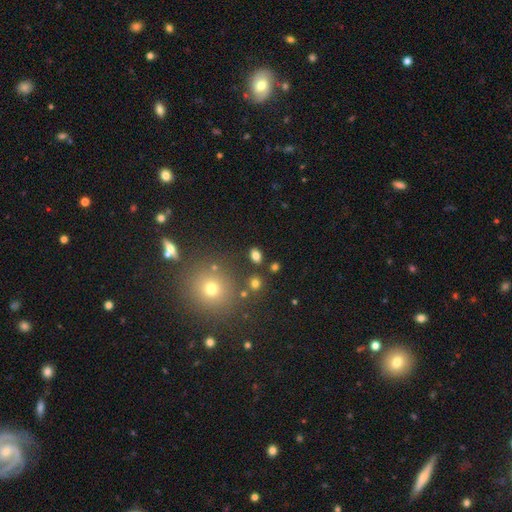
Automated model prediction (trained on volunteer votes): smooth 78%, star or artifact 15%, featured or disk 8%. Down the decision tree: how rounded — in between (79%); merging — none (83%).